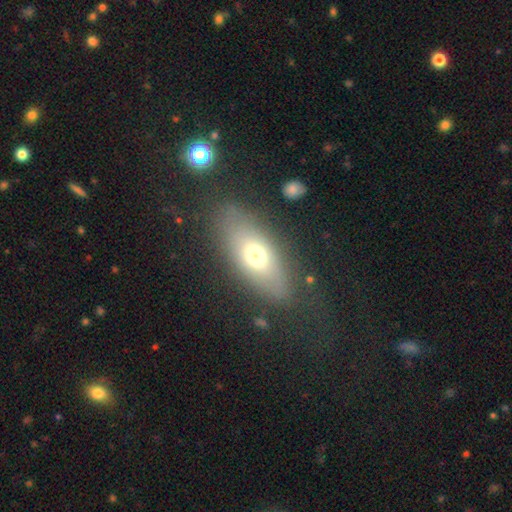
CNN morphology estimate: type=smooth (63%); roundness=in between (75%); merging=none (77%).